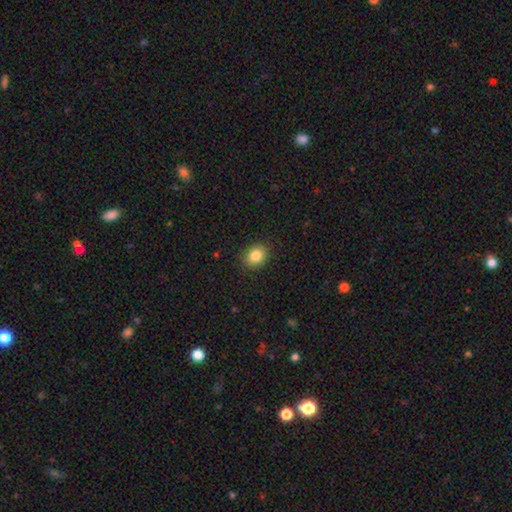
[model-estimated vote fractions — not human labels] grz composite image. It shows a smooth galaxy with no disk features (85%) that is round (54%). Merging: none (89%).